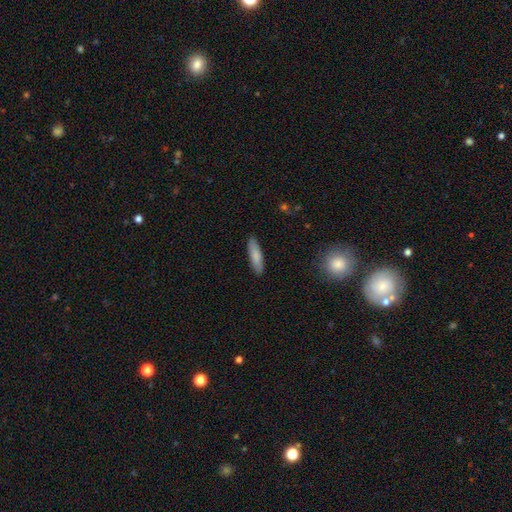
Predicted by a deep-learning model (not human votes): This appears to be a smooth galaxy with no disk features (82%) that is cigar-shaped (66%). Merging: none (89%).